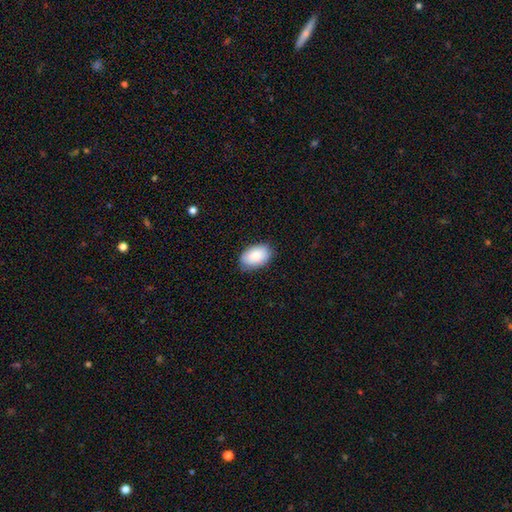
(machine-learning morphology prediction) Smooth or featured? smooth (87%)
How rounded? in between (93%)
Merging? none (85%)